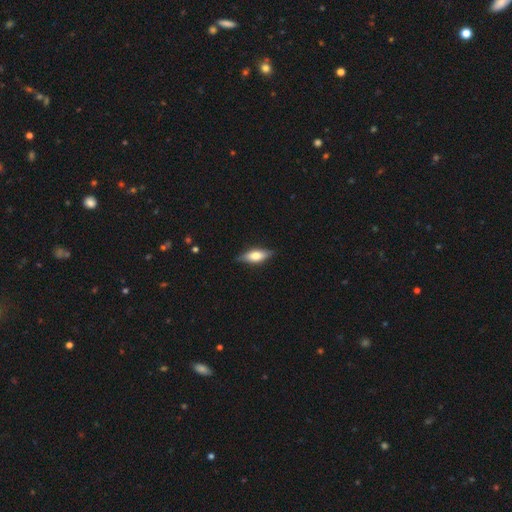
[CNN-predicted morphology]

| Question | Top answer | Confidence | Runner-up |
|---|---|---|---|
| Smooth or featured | smooth | 59% | featured or disk (35%) |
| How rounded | in between | 69% | cigar-shaped (28%) |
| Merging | none | 83% | minor disturbance (14%) |